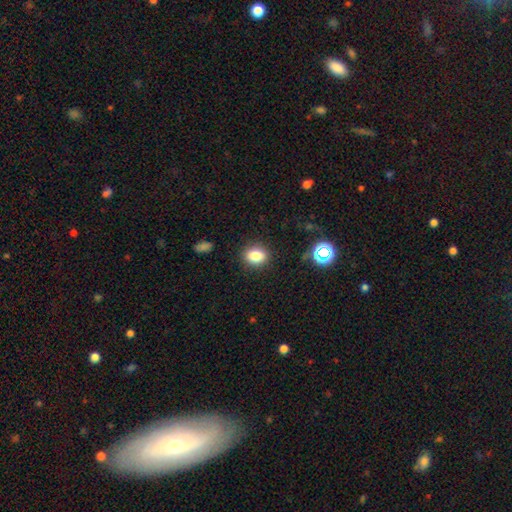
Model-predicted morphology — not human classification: Smooth or featured? smooth (82%)
How rounded? in between (53%)
Merging? none (88%)